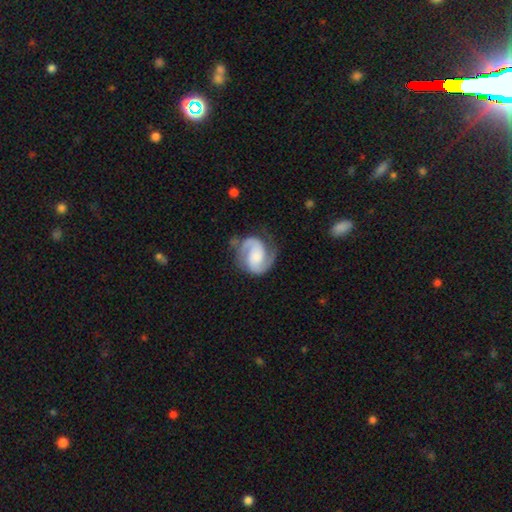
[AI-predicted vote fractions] featured or disk 87%, smooth 9%, star or artifact 5%. Down the decision tree: edge-on disk — no (98%); bar — no (52%); spiral arms — yes (97%); spiral arm count — 2 (92%); spiral winding — medium (53%); bulge size — moderate (27%); merging — none (70%).